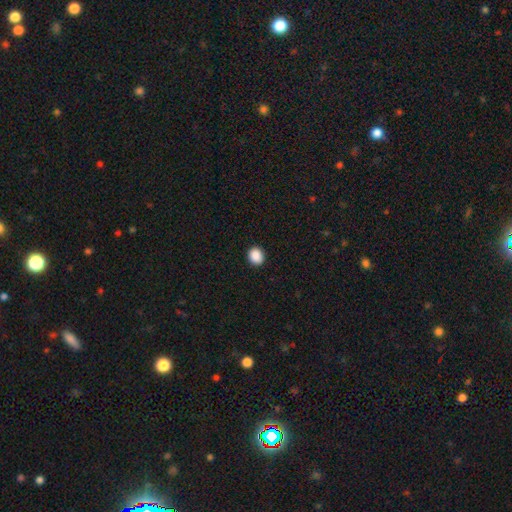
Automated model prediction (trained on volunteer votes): Q: Smooth or featured?
A: smooth (89%); runner-up: star or artifact (9%)
Q: How rounded?
A: round (71%); runner-up: in between (28%)
Q: Merging?
A: none (91%); runner-up: minor disturbance (6%)